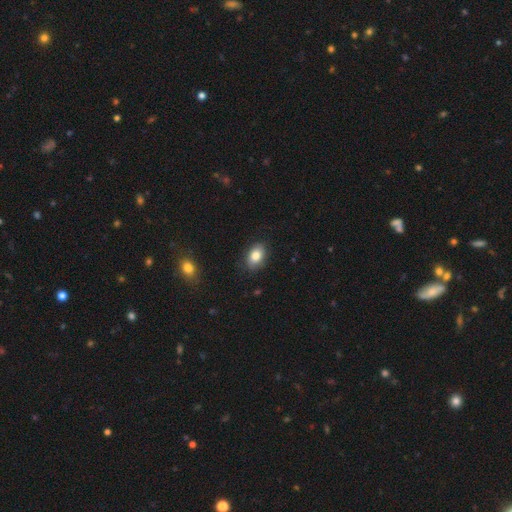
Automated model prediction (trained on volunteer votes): smooth-or-featured: smooth: 83% | featured or disk: 9% | star or artifact: 8%
  how-rounded: in between: 86% | round: 12% | cigar-shaped: 1%
  merging: none: 87% | minor disturbance: 10% | major disturbance: 2% | merger: 1%